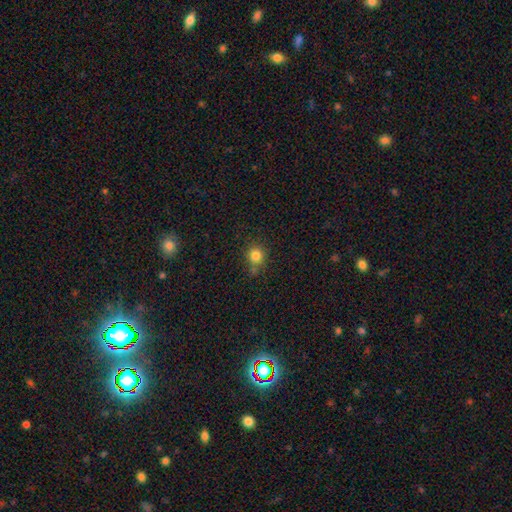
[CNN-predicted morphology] smooth-or-featured: smooth: 82% | star or artifact: 12% | featured or disk: 6%
  how-rounded: round: 87% | in between: 12% | cigar-shaped: 1%
  merging: none: 71% | minor disturbance: 15% | merger: 10% | major disturbance: 4%